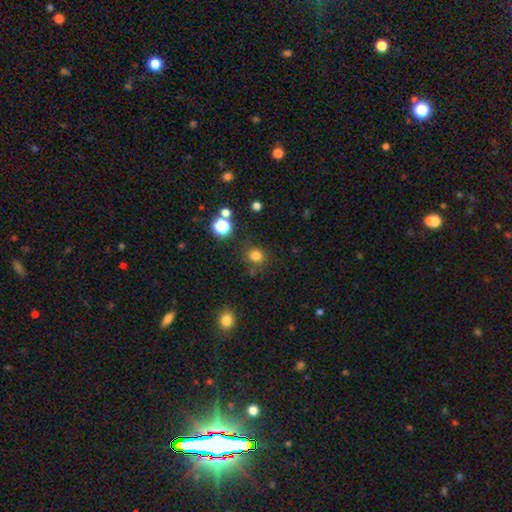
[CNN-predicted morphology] Smooth or featured? smooth (78%)
How rounded? round (85%)
Merging? none (79%)